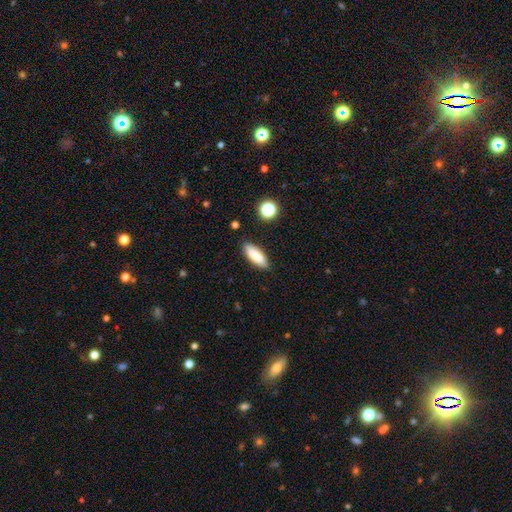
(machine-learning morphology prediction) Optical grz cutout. It shows a smooth galaxy with no disk features (83%) that is in between round and cigar-shaped (62%). Merging: none (87%).